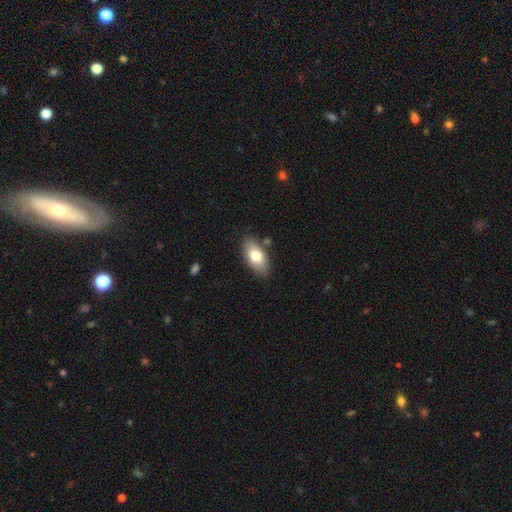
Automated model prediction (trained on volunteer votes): Smooth or featured?
  - smooth: 77% *
  - featured or disk: 16%
  - star or artifact: 7%
How rounded?
  - in between: 91% *
  - round: 5%
  - cigar-shaped: 4%
Merging?
  - none: 81% *
  - minor disturbance: 12%
  - merger: 4%
  - major disturbance: 3%